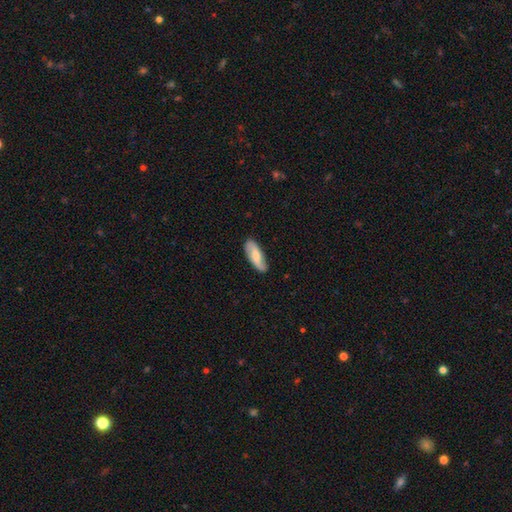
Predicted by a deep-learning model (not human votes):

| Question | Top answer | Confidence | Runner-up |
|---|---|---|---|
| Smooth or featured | smooth | 49% | featured or disk (45%) |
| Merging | none | 83% | minor disturbance (14%) |